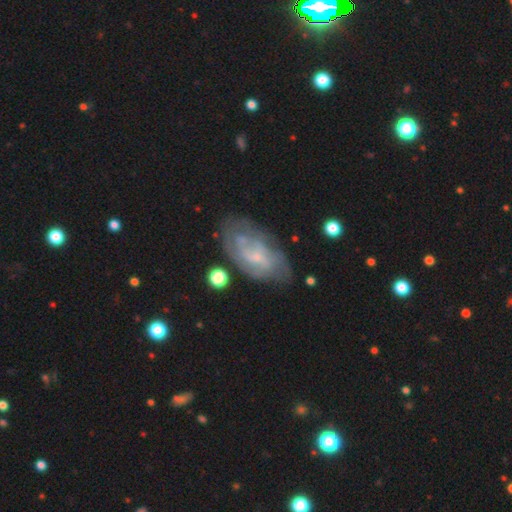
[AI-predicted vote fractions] A featured or disk galaxy (64%) with no bar (62%), spiral arms (64%) and a small central bulge (64%). Merging: none (61%).